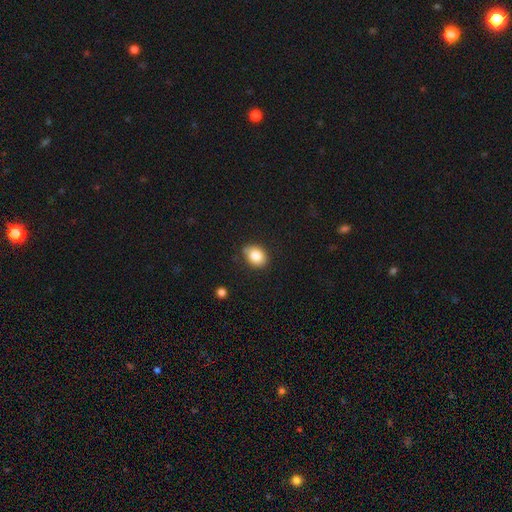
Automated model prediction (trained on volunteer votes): smooth 83%, star or artifact 9%, featured or disk 8%. Down the decision tree: how rounded — in between (58%); merging — none (76%).